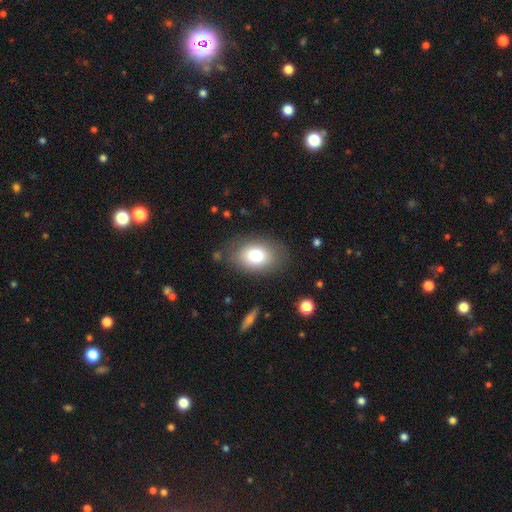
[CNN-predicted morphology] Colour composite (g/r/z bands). It shows a smooth galaxy with no disk features (78%) that is in between round and cigar-shaped (82%). Merging: none (80%).